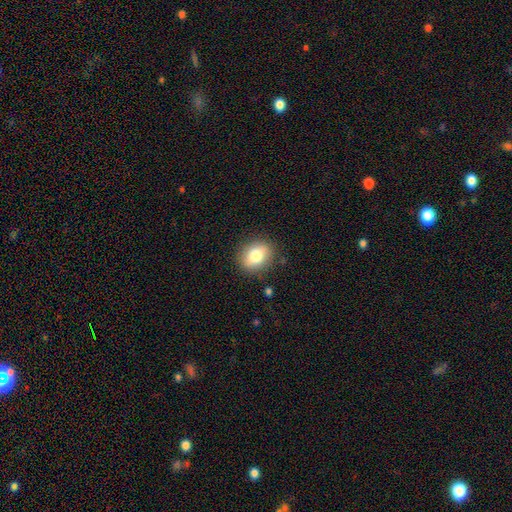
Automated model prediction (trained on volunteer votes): Smooth or featured? Predicted: smooth (p=0.78). How rounded? Predicted: in between (p=0.54). Merging? Predicted: none (p=0.85).